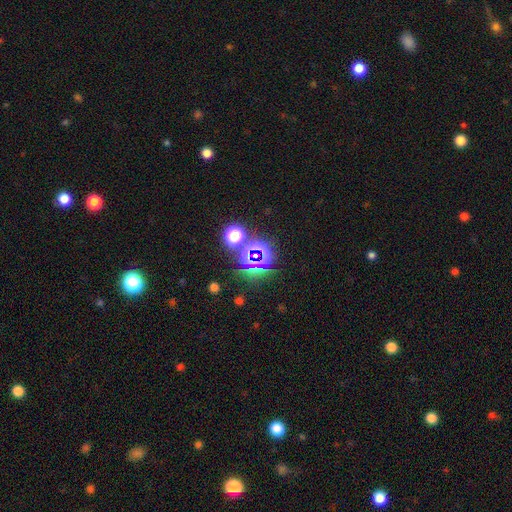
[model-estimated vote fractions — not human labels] smooth_or_featured: star or artifact (p=0.74) [alt: smooth p=0.17]